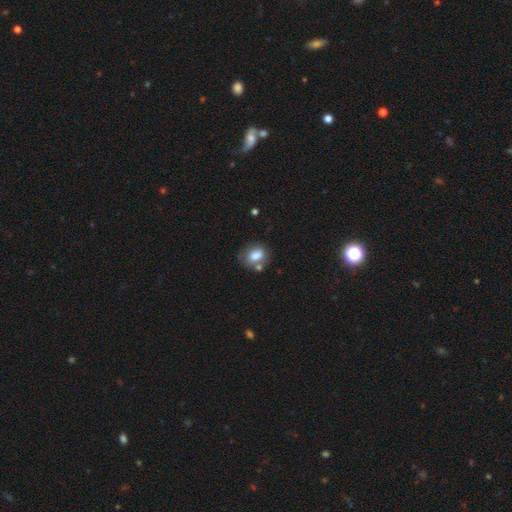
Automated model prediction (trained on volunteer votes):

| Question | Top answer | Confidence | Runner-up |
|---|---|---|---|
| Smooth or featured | smooth | 77% | featured or disk (14%) |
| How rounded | in between | 67% | round (32%) |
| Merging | none | 52% | merger (21%) |